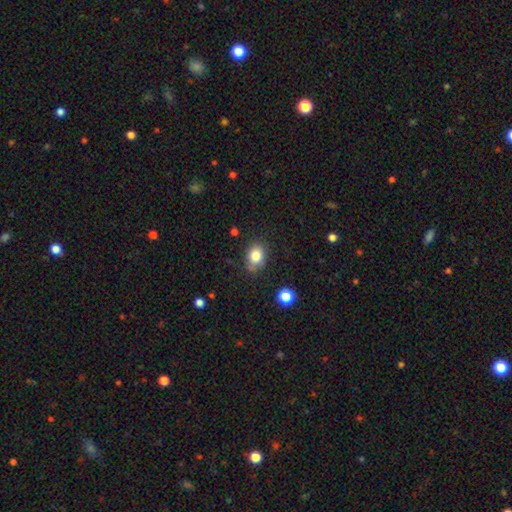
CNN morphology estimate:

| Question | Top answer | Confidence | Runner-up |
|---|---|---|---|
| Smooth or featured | smooth | 83% | star or artifact (10%) |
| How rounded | in between | 52% | round (47%) |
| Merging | none | 72% | minor disturbance (19%) |